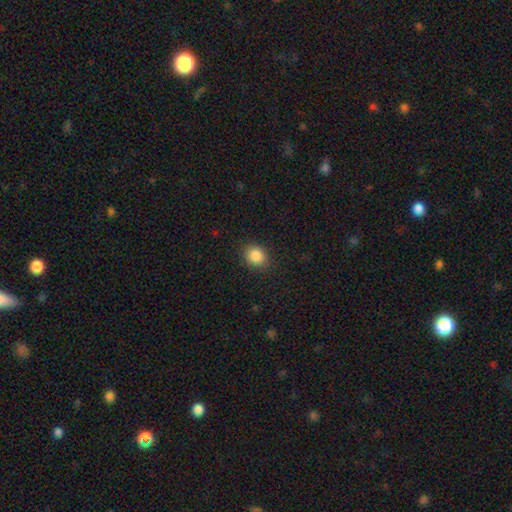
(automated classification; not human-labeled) Q: Smooth or featured?
A: smooth (87%); runner-up: star or artifact (9%)
Q: How rounded?
A: round (54%); runner-up: in between (45%)
Q: Merging?
A: none (88%); runner-up: minor disturbance (9%)